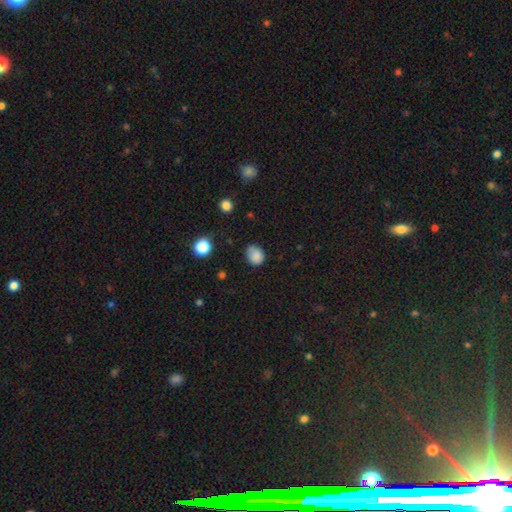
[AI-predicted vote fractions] Smooth or featured: smooth — 84% (star or artifact — 10%)
How rounded: round — 58% (in between — 41%)
Merging: none — 63% (minor disturbance — 29%)